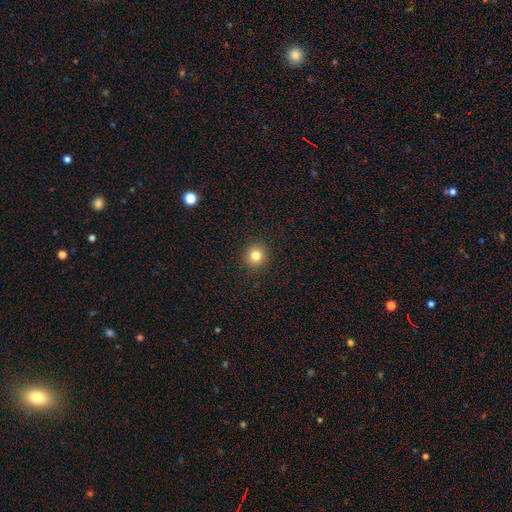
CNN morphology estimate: A smooth galaxy with no disk features (81%) that is round (94%).

Vote fractions:
- Smooth or featured? smooth: 81% / star or artifact: 13% / featured or disk: 6%
- How rounded? round: 94% / in between: 5% / cigar-shaped: 1%
- Merging? none: 93% / minor disturbance: 5% / major disturbance: 2% / merger: 1%